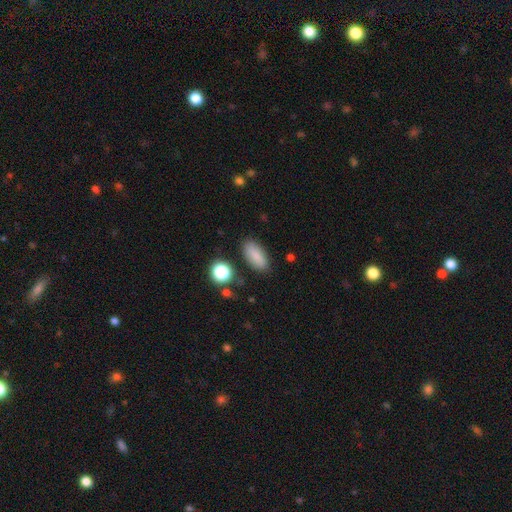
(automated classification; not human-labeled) Overall: smooth (85%). How rounded: in between (82%). Merging: none (84%).